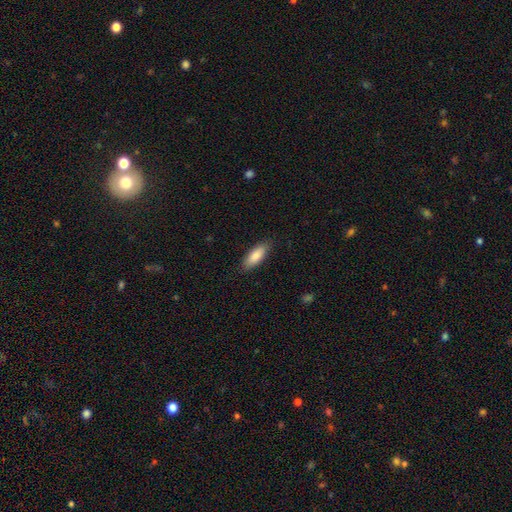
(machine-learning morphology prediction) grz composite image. It shows a smooth galaxy with no disk features (86%) that is in between round and cigar-shaped (72%). Merging: none (86%).